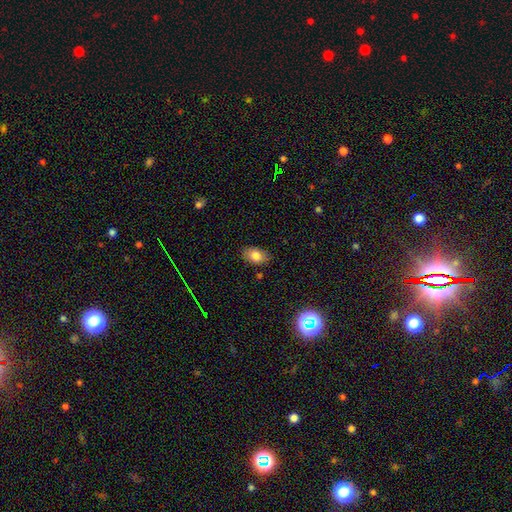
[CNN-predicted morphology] Smooth or featured? Predicted: smooth (p=0.81). How rounded? Predicted: in between (p=0.86). Merging? Predicted: none (p=0.81).